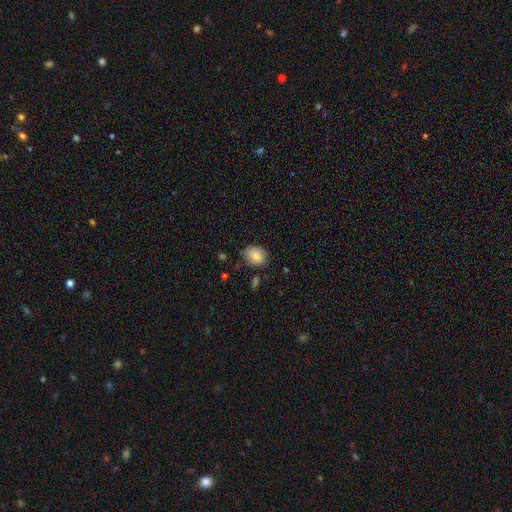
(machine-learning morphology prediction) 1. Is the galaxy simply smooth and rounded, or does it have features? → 83% smooth, 9% featured or disk, 8% star or artifact.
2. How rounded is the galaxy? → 54% in between, 45% round, 1% cigar-shaped.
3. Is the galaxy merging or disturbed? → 71% none, 22% minor disturbance, 4% major disturbance, 2% merger.